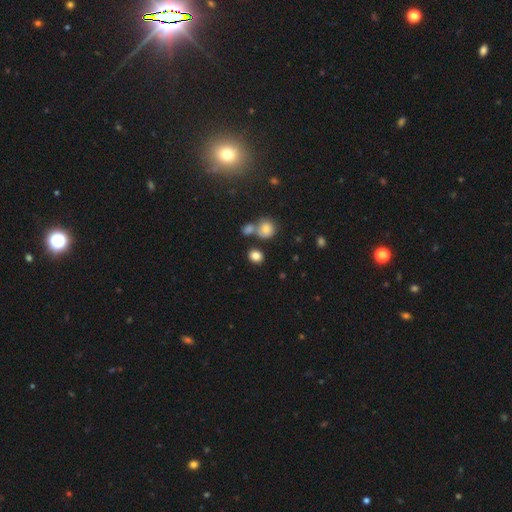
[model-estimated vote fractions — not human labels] smooth 83%, star or artifact 11%, featured or disk 6%. Down the decision tree: how rounded — round (69%); merging — none (72%).